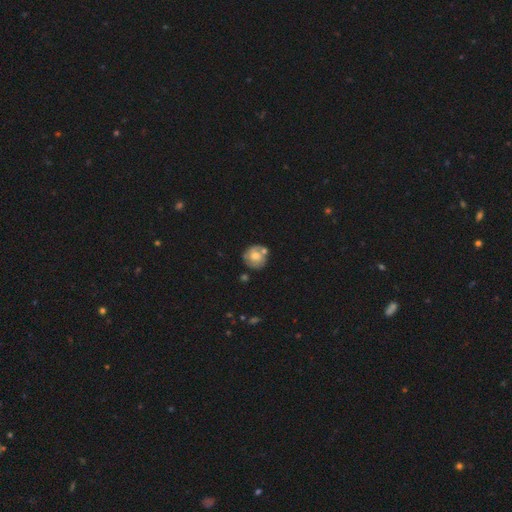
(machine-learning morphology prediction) Smooth or featured? smooth (51%)
How rounded? round (89%)
Merging? none (62%)